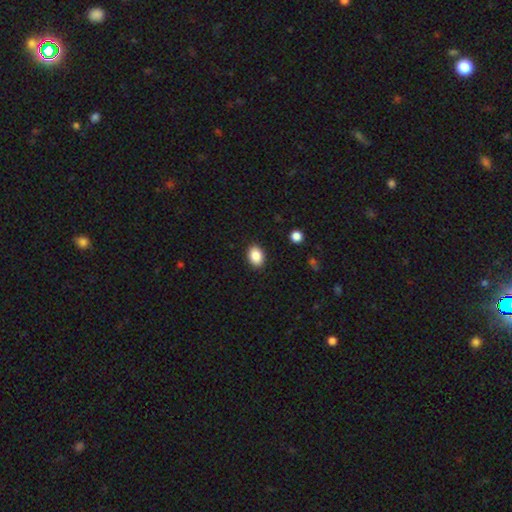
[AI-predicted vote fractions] smooth_or_featured: smooth (p=0.88) [alt: star or artifact p=0.08]
how_rounded: in between (p=0.72) [alt: round p=0.27]
merging: none (p=0.90) [alt: minor disturbance p=0.07]